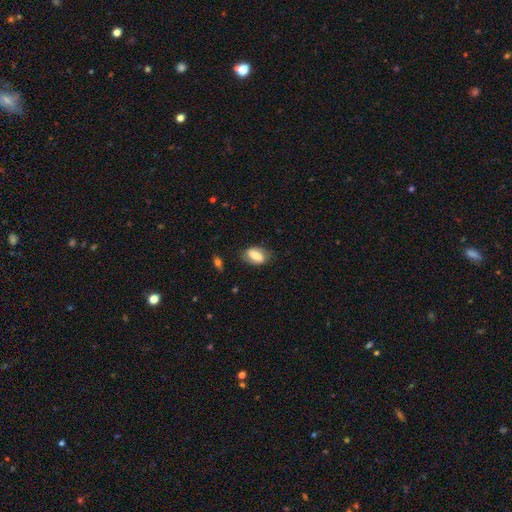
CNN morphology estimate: This is likely a smooth galaxy (71%). How rounded: clearly in between (85%). Merging: likely none (73%).